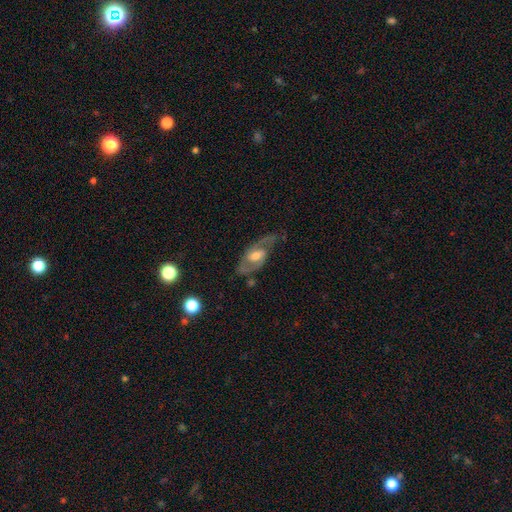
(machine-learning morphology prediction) A featured or disk galaxy (81%) with a weak bar (49%), 2 (84%) medium (52%) spiral arms (89%) and a moderate central bulge (64%). Merging: none (65%).